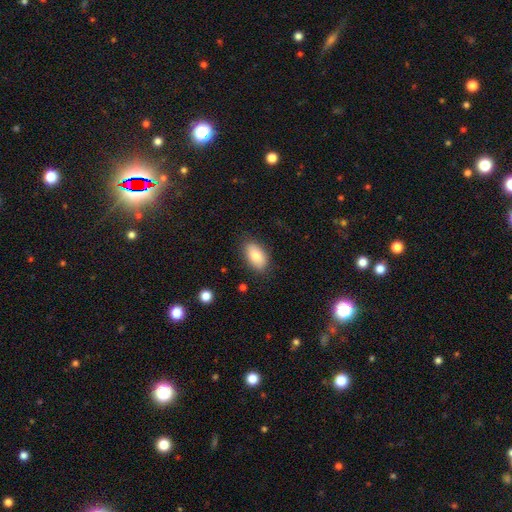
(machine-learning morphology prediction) This appears to be a smooth galaxy with no disk features (81%) that is in between round and cigar-shaped (92%). Merging: none (83%).